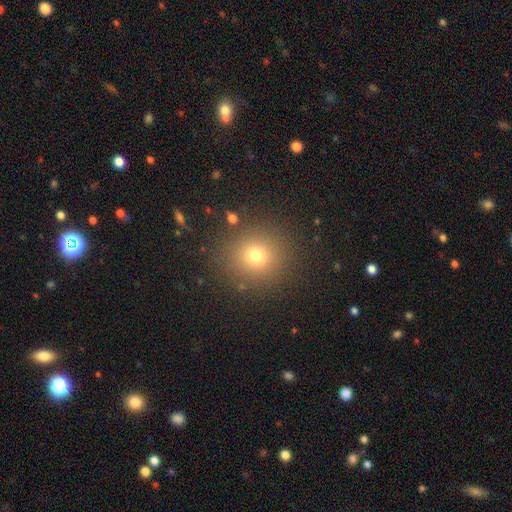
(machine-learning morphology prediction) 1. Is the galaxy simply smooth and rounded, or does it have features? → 71% smooth, 20% star or artifact, 9% featured or disk.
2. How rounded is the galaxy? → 89% round, 10% in between, 1% cigar-shaped.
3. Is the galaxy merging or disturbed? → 88% none, 7% minor disturbance, 3% major disturbance, 2% merger.